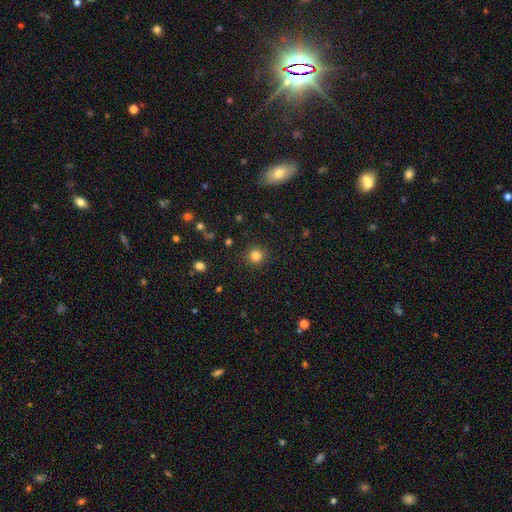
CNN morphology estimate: smooth-or-featured: smooth: 83% | star or artifact: 12% | featured or disk: 5%
  how-rounded: round: 93% | in between: 6% | cigar-shaped: 1%
  merging: none: 89% | minor disturbance: 7% | major disturbance: 2% | merger: 1%